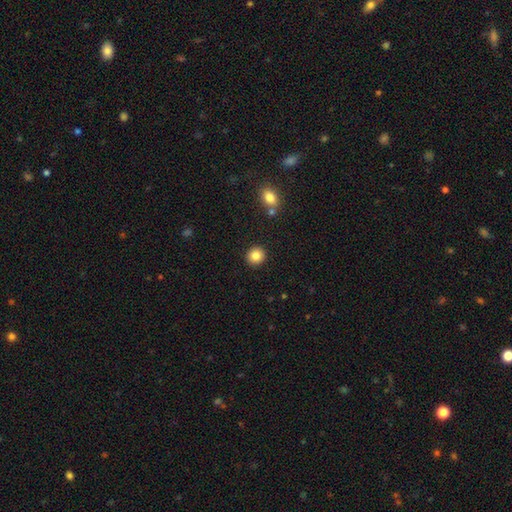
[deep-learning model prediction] A smooth galaxy with no disk features (85%) that is round (90%).

Vote fractions:
- Smooth or featured? smooth: 85% / star or artifact: 10% / featured or disk: 6%
- How rounded? round: 90% / in between: 9% / cigar-shaped: 1%
- Merging? none: 92% / minor disturbance: 5% / major disturbance: 2% / merger: 2%